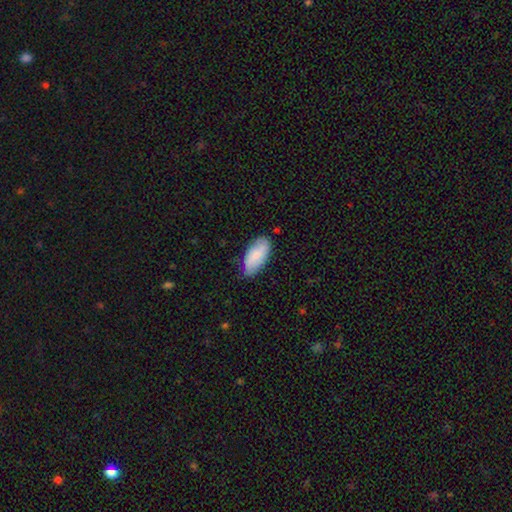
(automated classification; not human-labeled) Smooth or featured?
  - smooth: 73% *
  - featured or disk: 21%
  - star or artifact: 6%
How rounded?
  - in between: 93% *
  - cigar-shaped: 5%
  - round: 2%
Merging?
  - none: 71% *
  - minor disturbance: 23%
  - major disturbance: 4%
  - merger: 1%